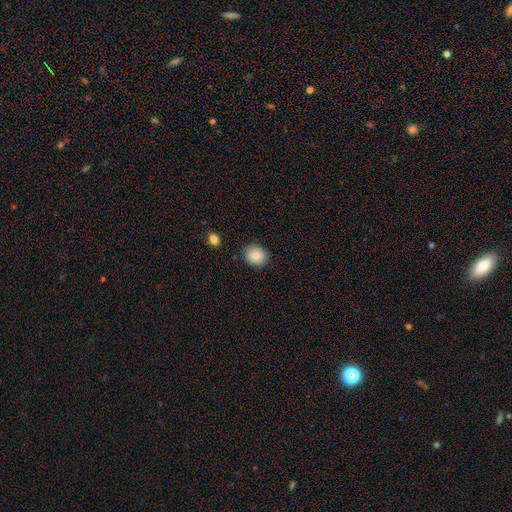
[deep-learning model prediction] Overall: smooth (86%). How rounded: round (64%; in between 35%). Merging: none (86%).